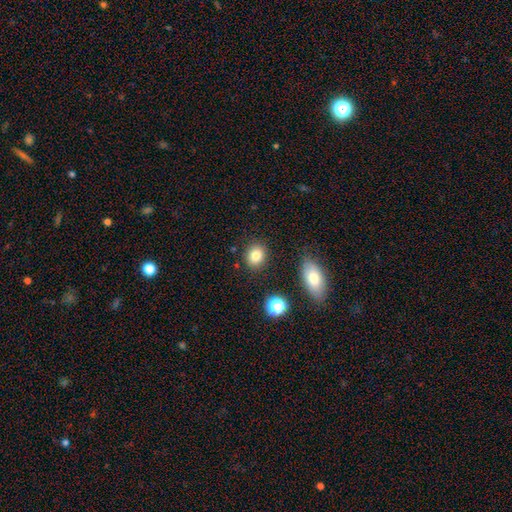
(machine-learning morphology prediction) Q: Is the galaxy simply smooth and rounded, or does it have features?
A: smooth — 81%.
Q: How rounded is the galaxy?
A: round — 62%.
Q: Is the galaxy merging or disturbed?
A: none — 86%.